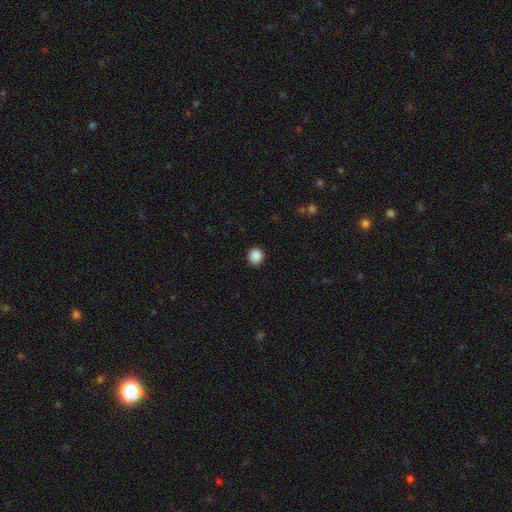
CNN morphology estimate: Smooth or featured?
  - smooth: 88% *
  - star or artifact: 9%
  - featured or disk: 2%
How rounded?
  - round: 85% *
  - in between: 14%
  - cigar-shaped: 1%
Merging?
  - none: 91% *
  - minor disturbance: 6%
  - major disturbance: 2%
  - merger: 1%